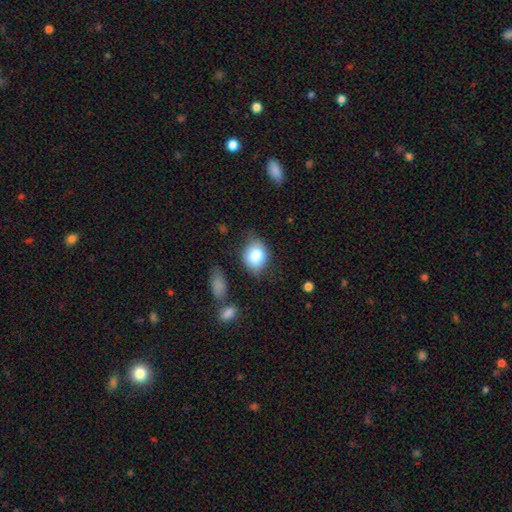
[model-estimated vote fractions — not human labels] smooth 80%, featured or disk 11%, star or artifact 8%. Down the decision tree: how rounded — in between (50%); merging — none (68%).